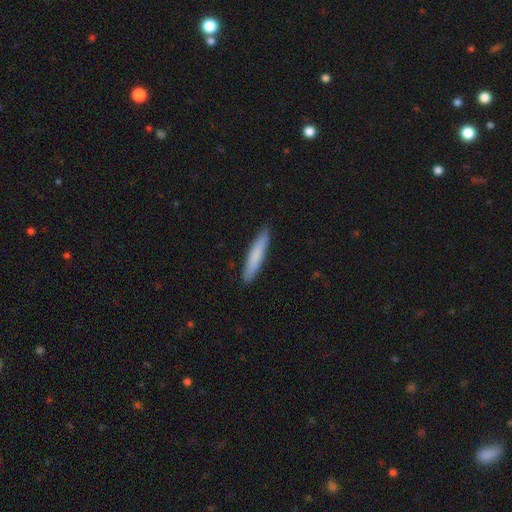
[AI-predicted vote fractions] This is likely a smooth galaxy (79%). How rounded: clearly cigar-shaped (91%). Merging: clearly none (90%).